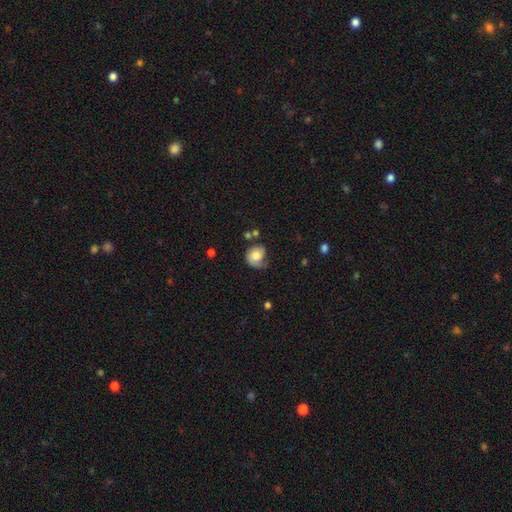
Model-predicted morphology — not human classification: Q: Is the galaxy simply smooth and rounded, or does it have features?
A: smooth — 50%.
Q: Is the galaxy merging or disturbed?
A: none — 45%.